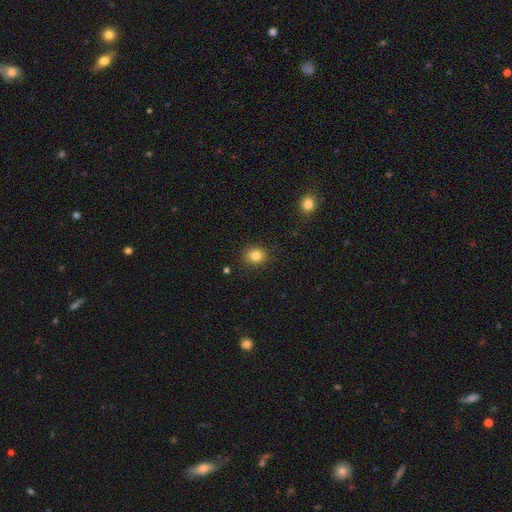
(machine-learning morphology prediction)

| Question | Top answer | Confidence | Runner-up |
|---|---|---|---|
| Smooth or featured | smooth | 83% | star or artifact (11%) |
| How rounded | round | 71% | in between (28%) |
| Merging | none | 89% | minor disturbance (7%) |